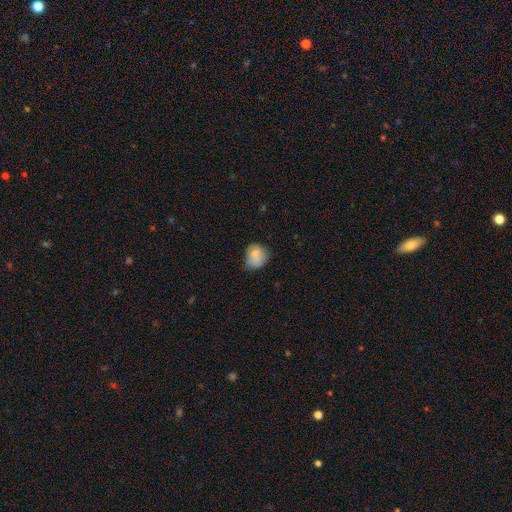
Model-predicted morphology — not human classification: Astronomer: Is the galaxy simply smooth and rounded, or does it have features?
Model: smooth — 77%.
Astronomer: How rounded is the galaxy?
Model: round — 65%.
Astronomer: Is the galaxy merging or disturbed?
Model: none — 48% (runner-up: minor disturbance, 36%).